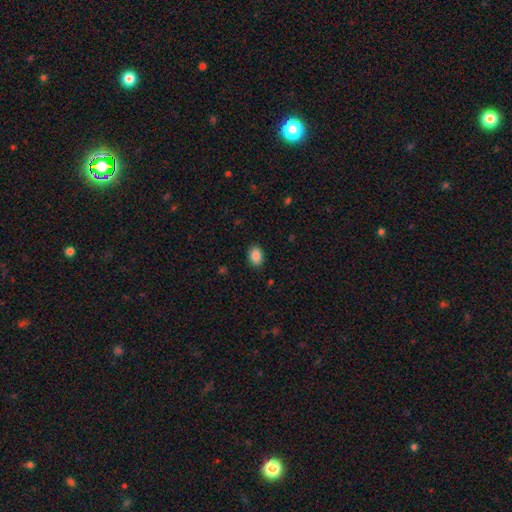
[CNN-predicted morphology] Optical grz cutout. It shows a smooth galaxy with no disk features (88%) that is in between round and cigar-shaped (78%). Merging: none (89%).